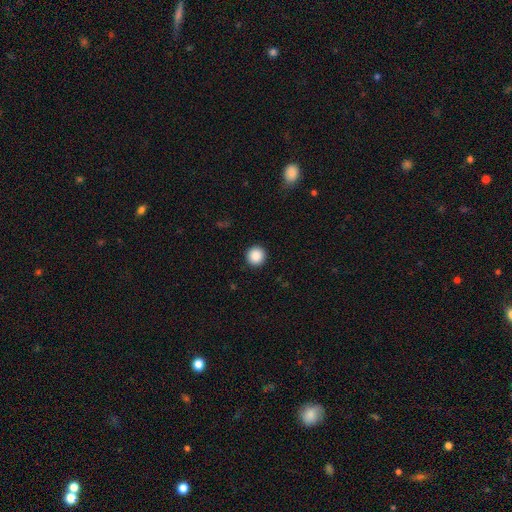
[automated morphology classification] A smooth galaxy with no disk features (89%) that is round (95%).

Vote fractions:
- Smooth or featured? smooth: 89% / star or artifact: 9% / featured or disk: 3%
- How rounded? round: 95% / in between: 4% / cigar-shaped: 1%
- Merging? none: 93% / minor disturbance: 5% / major disturbance: 2% / merger: 1%